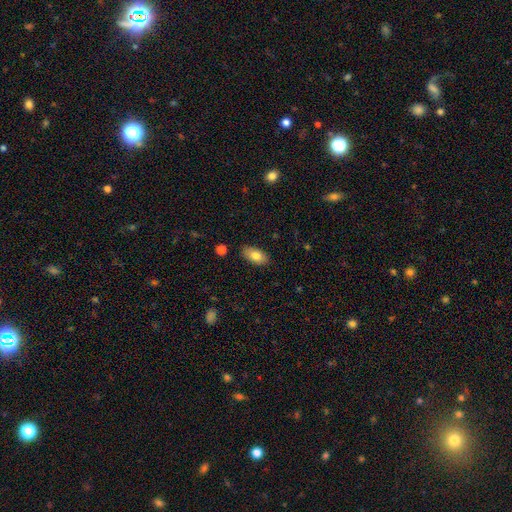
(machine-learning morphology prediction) Q: Smooth or featured?
A: smooth (80%); runner-up: featured or disk (13%)
Q: How rounded?
A: in between (93%); runner-up: round (4%)
Q: Merging?
A: none (87%); runner-up: minor disturbance (10%)